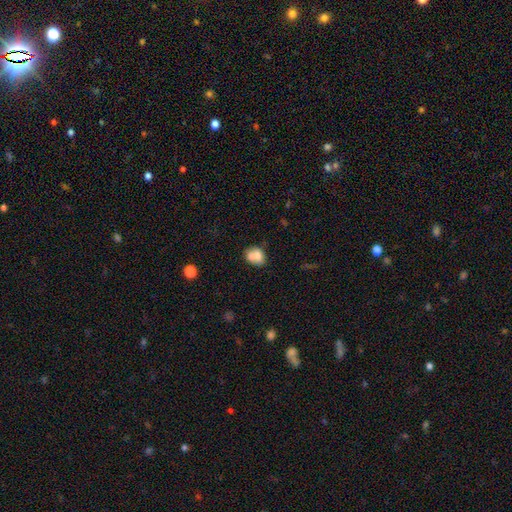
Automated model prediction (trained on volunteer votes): Overall: smooth (69%). How rounded: in between (51%; round 48%). Merging: merger (49%; none 33%).